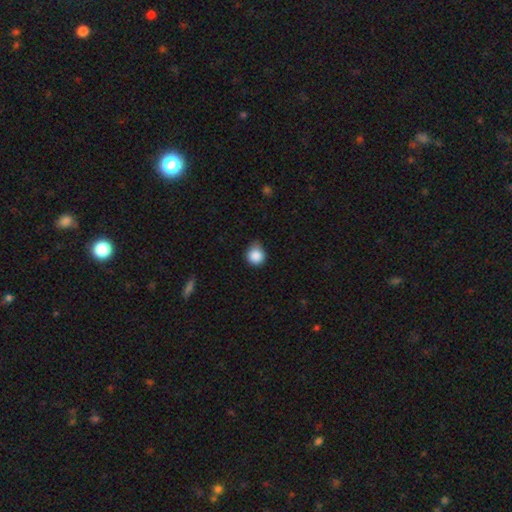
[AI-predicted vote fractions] Smooth or featured? smooth (87%)
How rounded? round (88%)
Merging? none (62%)